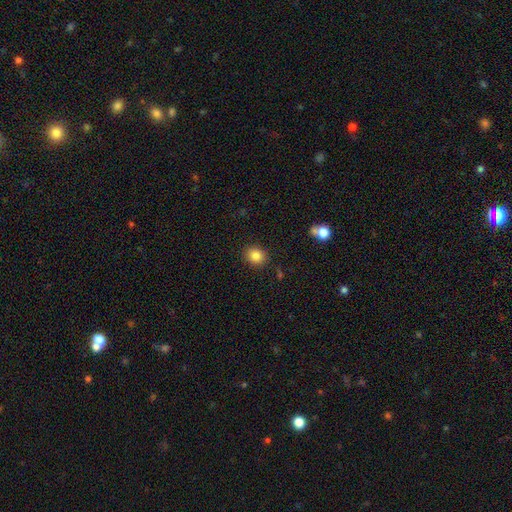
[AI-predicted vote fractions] Smooth or featured? Predicted: smooth (p=0.84). How rounded? Predicted: round (p=0.72). Merging? Predicted: none (p=0.88).